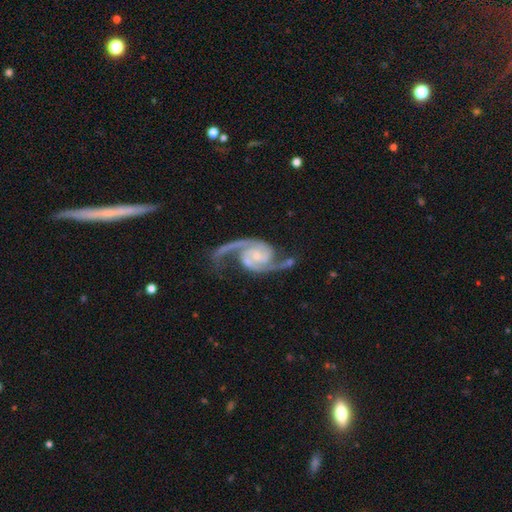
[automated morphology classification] Overall: featured or disk (94%). Edge-on disk: no (98%). Bar: no (55%; weak 33%). Spiral arms: yes (99%). Spiral arm count: 2 (94%). Spiral winding: medium (58%; tight 21%). Bulge size: small (65%). Merging: none (68%).